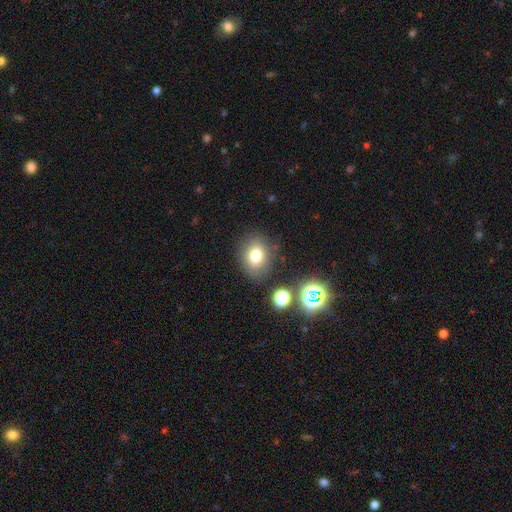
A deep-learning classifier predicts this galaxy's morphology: A smooth galaxy with no disk features (75%) that is in between round and cigar-shaped (51%).

Vote fractions:
- Smooth or featured? smooth: 75% / star or artifact: 13% / featured or disk: 11%
- How rounded? in between: 51% / round: 48% / cigar-shaped: 1%
- Merging? none: 79% / minor disturbance: 12% / major disturbance: 4% / merger: 4%